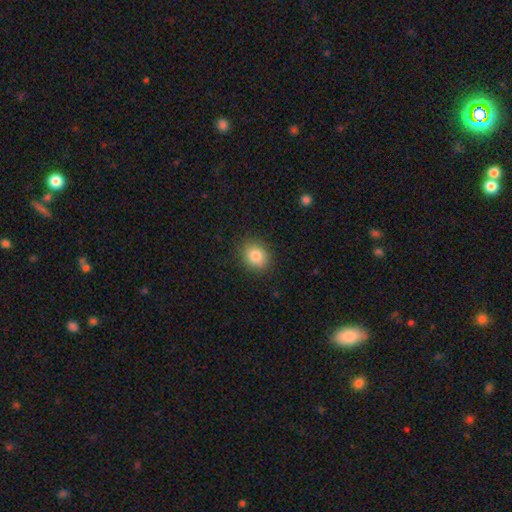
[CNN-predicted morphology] Smooth or featured? smooth (84%)
How rounded? round (61%)
Merging? none (87%)